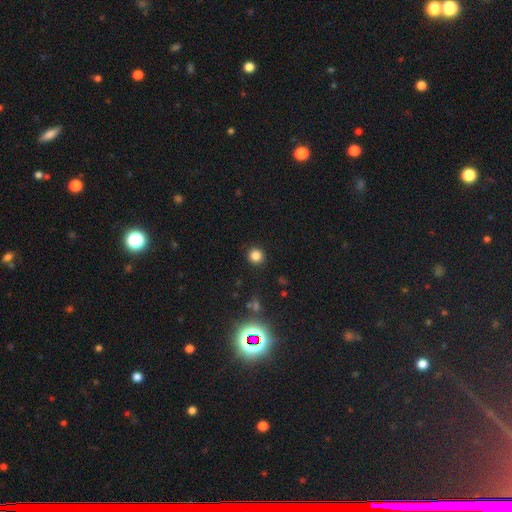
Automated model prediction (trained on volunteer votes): Smooth or featured? Predicted: smooth (p=0.82). How rounded? Predicted: round (p=0.91). Merging? Predicted: none (p=0.91).